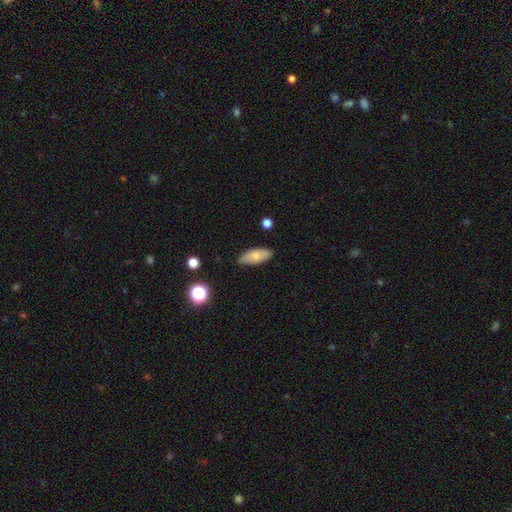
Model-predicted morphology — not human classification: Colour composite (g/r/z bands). It shows a smooth galaxy with no disk features (74%) that is in between round and cigar-shaped (85%). Merging: none (79%).